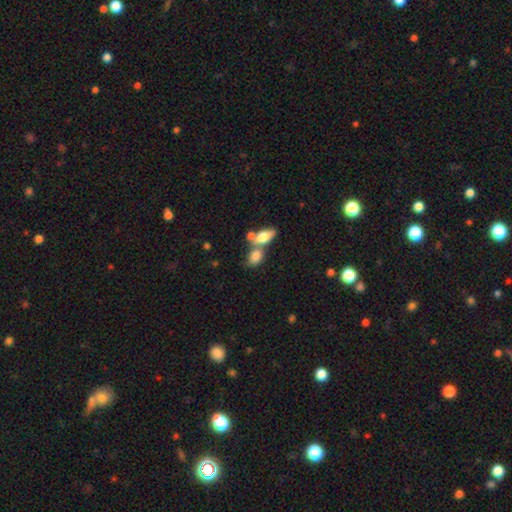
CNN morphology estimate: A smooth galaxy with no disk features (77%) that is in between round and cigar-shaped (78%). Merging: merger (57%).